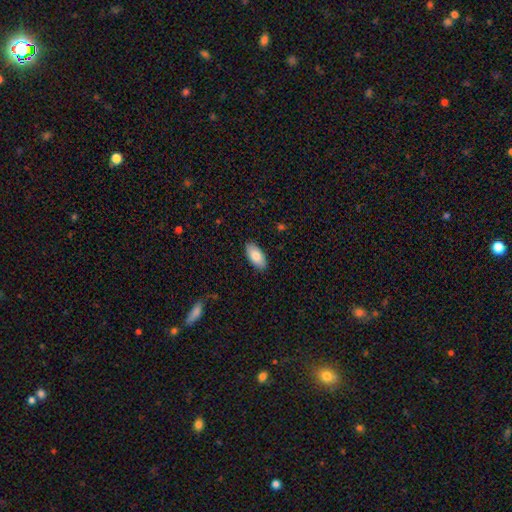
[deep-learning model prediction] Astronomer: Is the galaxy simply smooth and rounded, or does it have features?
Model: smooth — 82%.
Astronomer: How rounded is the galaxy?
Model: in between — 93%.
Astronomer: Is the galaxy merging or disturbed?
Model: none — 89%.